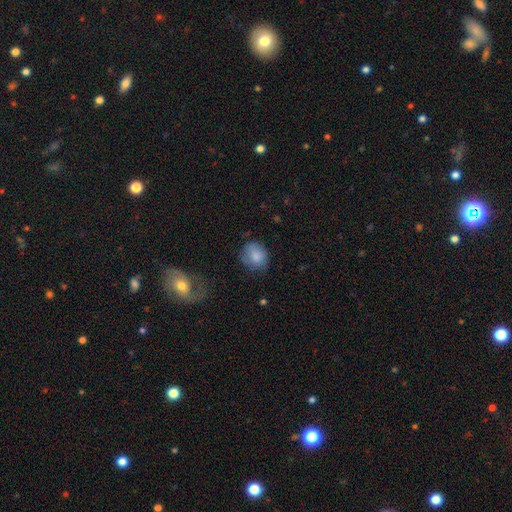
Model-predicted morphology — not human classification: The model was most divided on "how rounded": round: 66%, in between: 33%, cigar-shaped: 1%. More confident: smooth or featured — smooth (81%); merging — none (63%).